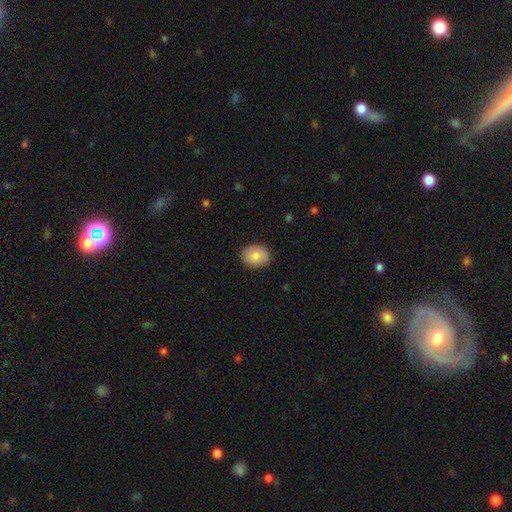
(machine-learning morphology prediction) Smooth or featured? smooth (84%)
How rounded? round (56%)
Merging? none (87%)